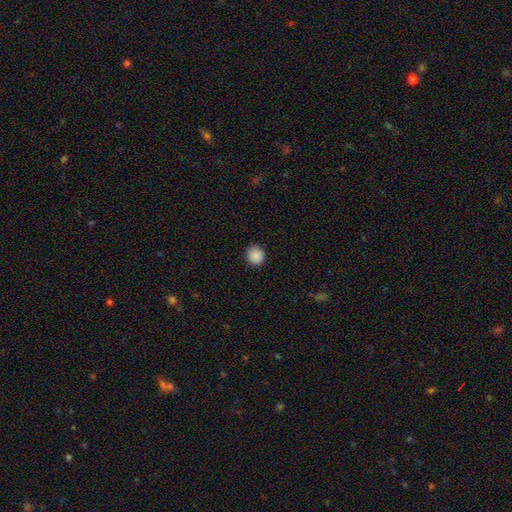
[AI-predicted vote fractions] Smooth or featured: smooth — 89% (star or artifact — 9%)
How rounded: round — 84% (in between — 15%)
Merging: none — 88% (minor disturbance — 9%)